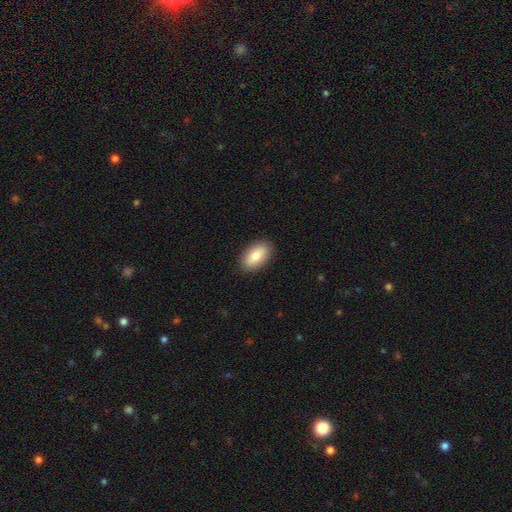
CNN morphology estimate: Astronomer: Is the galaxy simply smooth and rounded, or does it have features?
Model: smooth — 83%.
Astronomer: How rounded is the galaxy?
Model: in between — 93%.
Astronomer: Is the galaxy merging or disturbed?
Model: none — 89%.